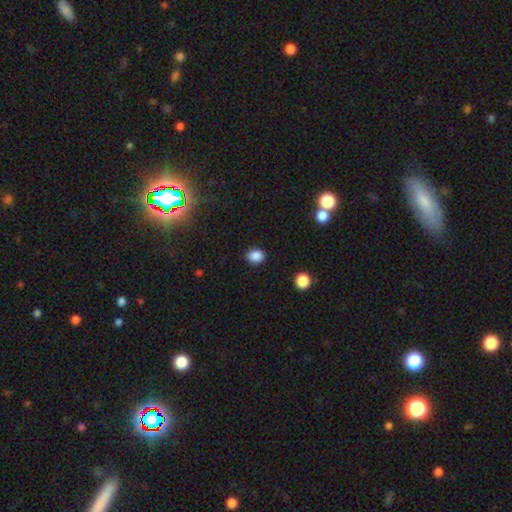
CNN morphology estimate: Smooth or featured: smooth — 86% (star or artifact — 10%)
How rounded: in between — 52% (round — 47%)
Merging: none — 88% (minor disturbance — 9%)